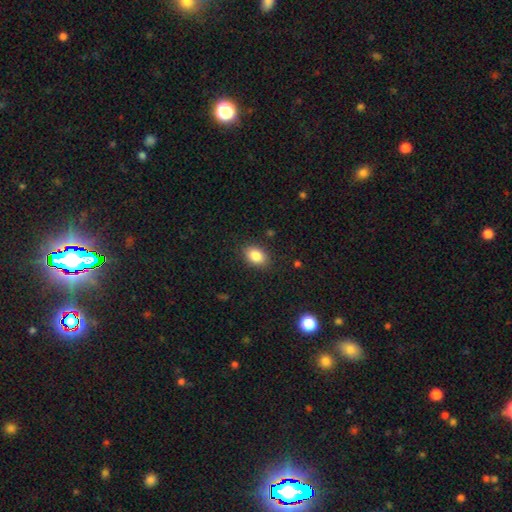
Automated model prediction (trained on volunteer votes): The model was most divided on "how rounded": in between: 81%, round: 18%, cigar-shaped: 1%. More confident: merging — none (87%); smooth or featured — smooth (85%).